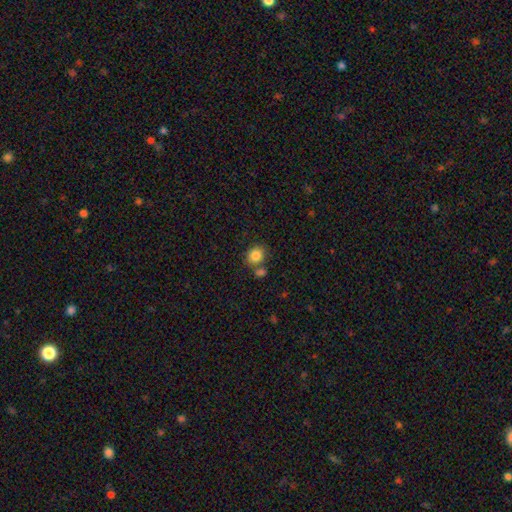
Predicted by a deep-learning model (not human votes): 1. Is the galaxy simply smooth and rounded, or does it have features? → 84% smooth, 10% star or artifact, 6% featured or disk.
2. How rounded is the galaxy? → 69% round, 30% in between, 1% cigar-shaped.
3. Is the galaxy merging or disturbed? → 64% none, 22% merger, 11% minor disturbance, 3% major disturbance.